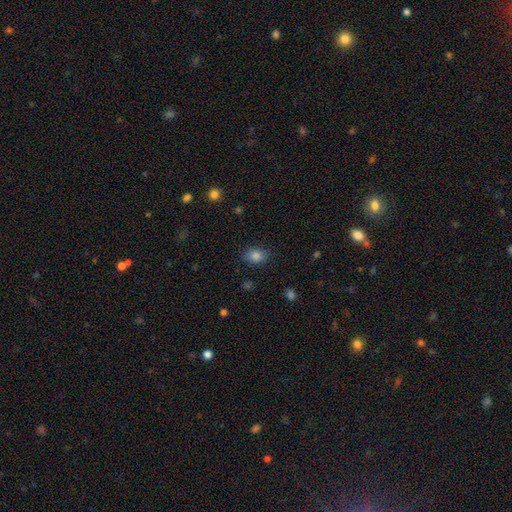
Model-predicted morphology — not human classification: Smooth or featured: smooth — 84% (star or artifact — 10%)
How rounded: in between — 73% (round — 25%)
Merging: none — 83% (minor disturbance — 12%)